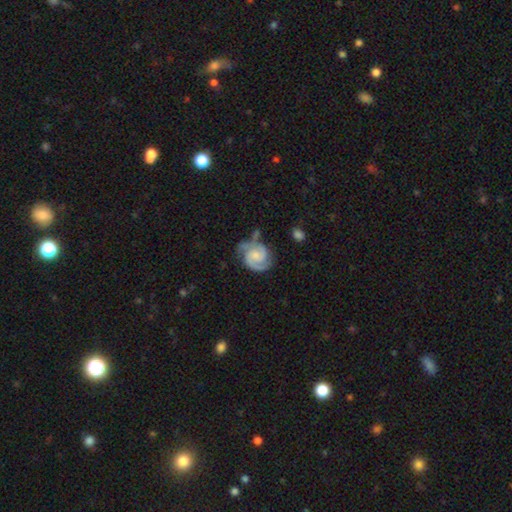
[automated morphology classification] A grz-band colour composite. It shows a featured or disk galaxy (87%) with no bar (55%), 2 (80%) tight (45%, tied with medium) spiral arms (98%) and a small central bulge (48%). Merging: none (61%).